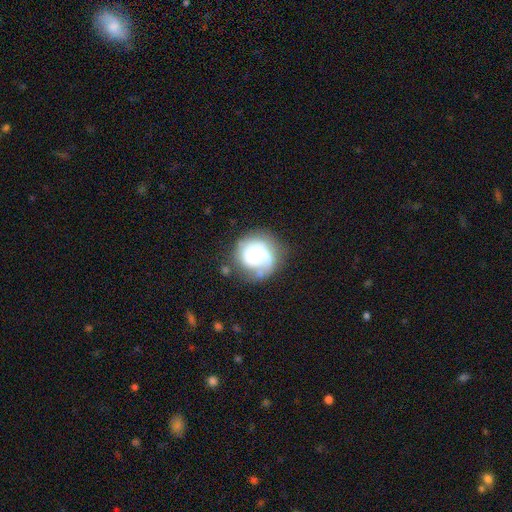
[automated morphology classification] Smooth or featured? Predicted: featured or disk (p=0.65). Edge-on disk? Predicted: no (p=0.98). Bar? Predicted: no (p=0.69). Spiral arms? Predicted: yes (p=0.85). Spiral winding? Predicted: tight (p=0.39, tied with medium). Spiral arm count? Predicted: 2 (p=0.49). Bulge size? Predicted: moderate (p=0.59). Merging? Predicted: none (p=0.65).